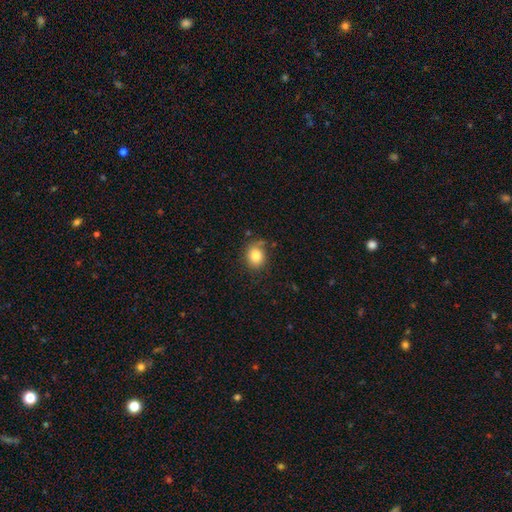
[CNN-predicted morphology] The model was most divided on "how rounded": round: 63%, in between: 36%, cigar-shaped: 1%. More confident: smooth or featured — smooth (82%); merging — none (73%).